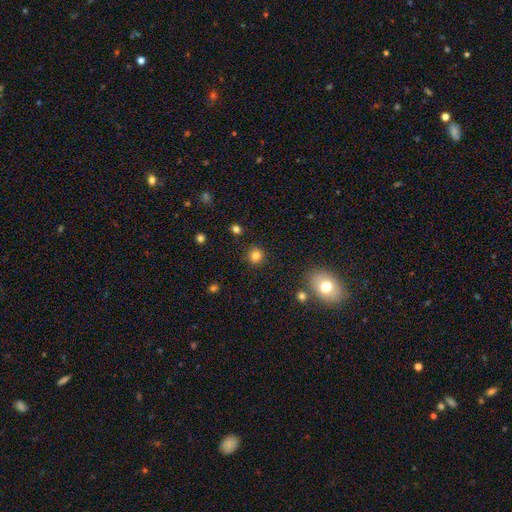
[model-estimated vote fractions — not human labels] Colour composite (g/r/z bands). It shows a smooth galaxy with no disk features (82%) that is round (90%). Merging: none (89%).